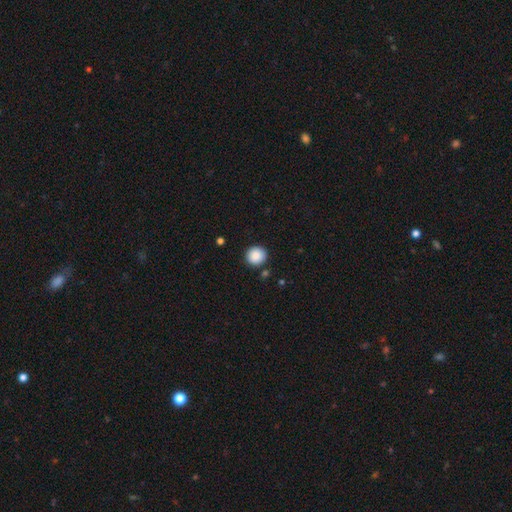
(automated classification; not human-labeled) Morphology: type=smooth (89%); roundness=round (93%); merging=none (89%).